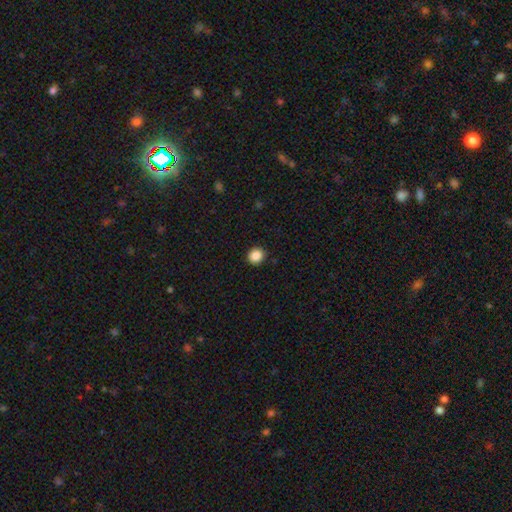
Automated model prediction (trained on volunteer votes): Smooth or featured: smooth — 87% (star or artifact — 10%)
How rounded: round — 85% (in between — 15%)
Merging: none — 91% (minor disturbance — 6%)